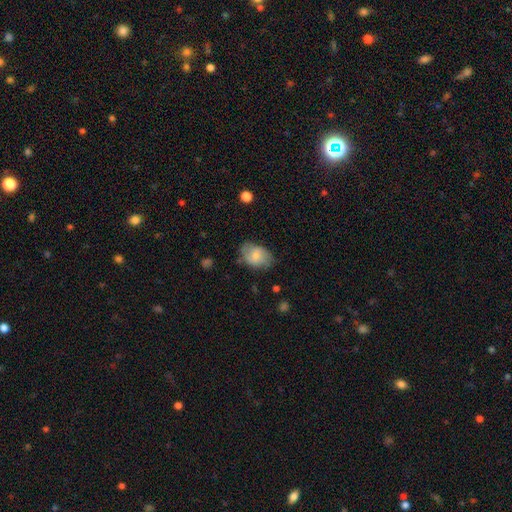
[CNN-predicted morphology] Overall: smooth (63%; featured or disk 30%). How rounded: in between (80%). Merging: none (62%; minor disturbance 28%).